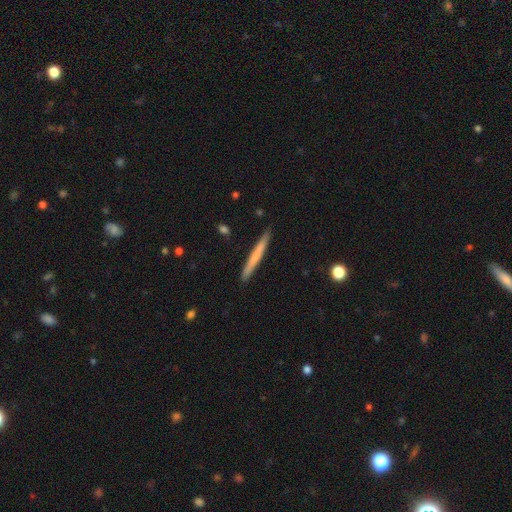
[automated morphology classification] This appears to be a smooth galaxy with no disk features (63%) that is cigar-shaped (97%). Merging: none (91%).